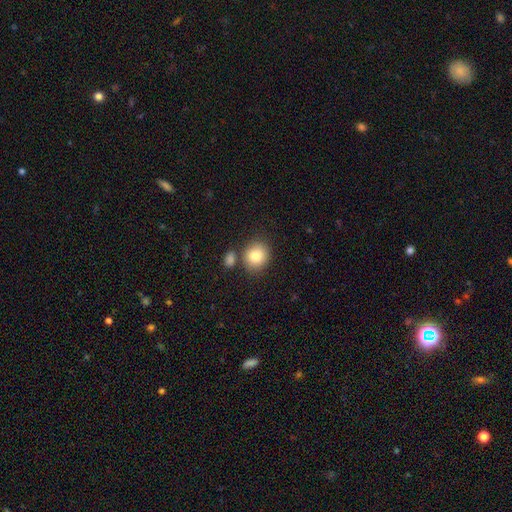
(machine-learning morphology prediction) Smooth or featured? smooth (81%)
How rounded? round (76%)
Merging? none (73%)